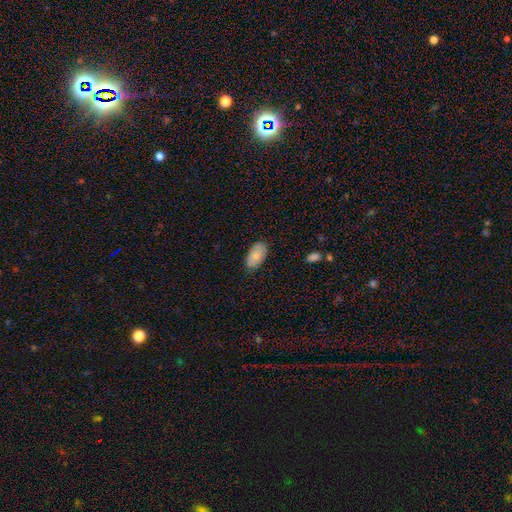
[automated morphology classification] smooth_or_featured: smooth (p=0.80) [alt: featured or disk p=0.14]
how_rounded: in between (p=0.95) [alt: round p=0.03]
merging: none (p=0.84) [alt: minor disturbance p=0.13]